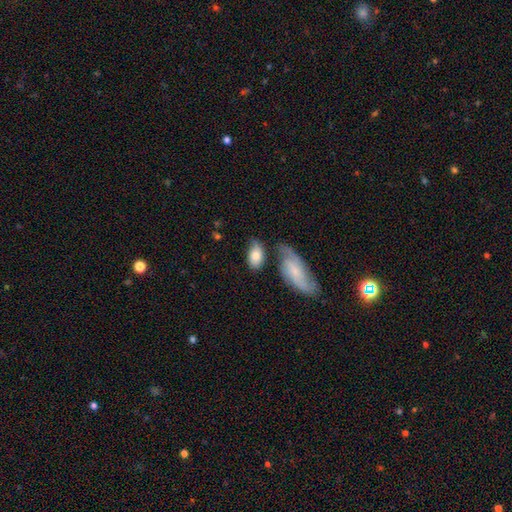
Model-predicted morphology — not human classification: Q: Smooth or featured?
A: smooth (73%); runner-up: featured or disk (21%)
Q: How rounded?
A: in between (92%); runner-up: round (6%)
Q: Merging?
A: none (49%); runner-up: minor disturbance (22%)